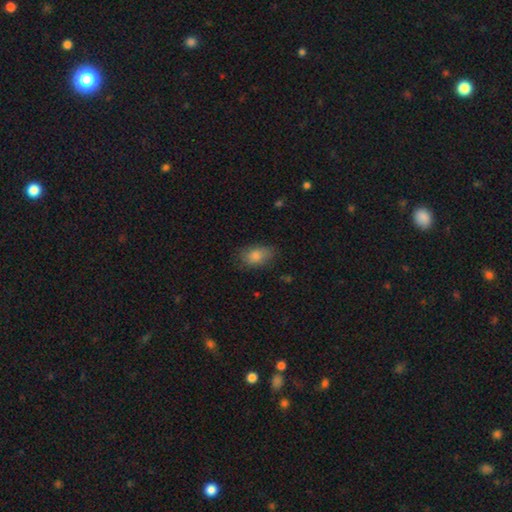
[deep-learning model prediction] smooth-or-featured: smooth: 81% | star or artifact: 10% | featured or disk: 9%
  how-rounded: in between: 86% | round: 11% | cigar-shaped: 3%
  merging: none: 75% | minor disturbance: 19% | major disturbance: 5% | merger: 1%